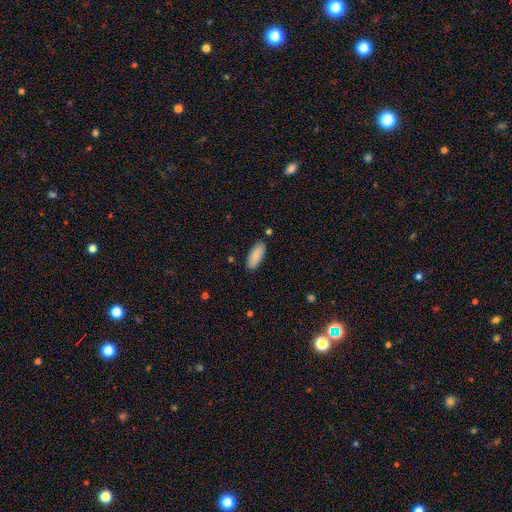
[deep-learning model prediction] Smooth or featured: smooth — 88% (featured or disk — 6%)
How rounded: in between — 76% (cigar-shaped — 23%)
Merging: none — 86% (minor disturbance — 10%)